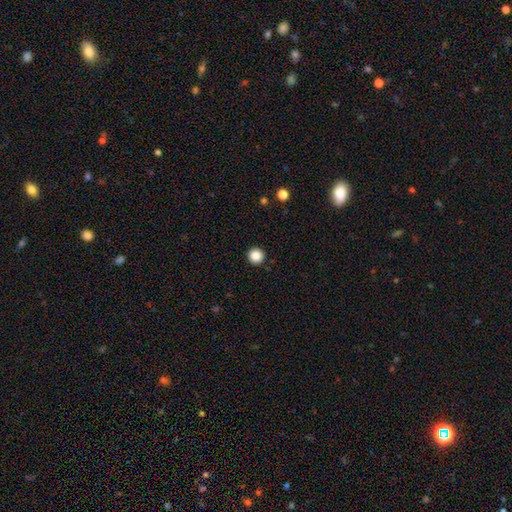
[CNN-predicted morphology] smooth 86%, star or artifact 10%, featured or disk 3%. Down the decision tree: how rounded — round (96%); merging — none (93%).